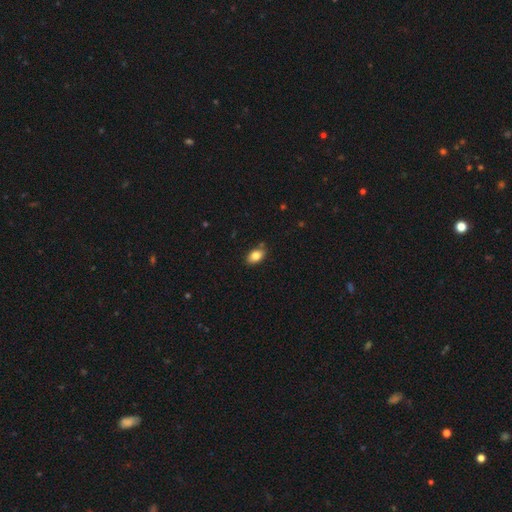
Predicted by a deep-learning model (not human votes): Overall: smooth (84%). How rounded: in between (89%). Merging: none (81%).